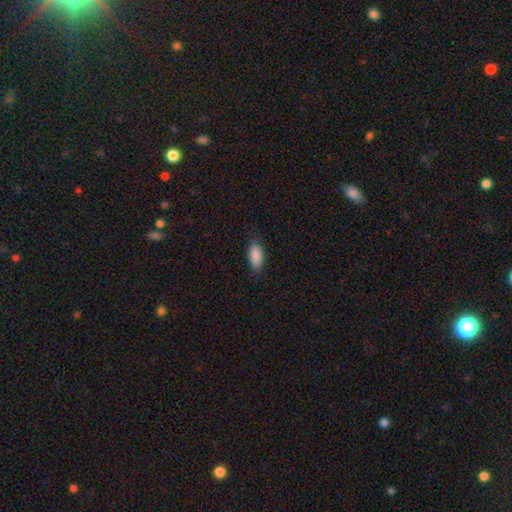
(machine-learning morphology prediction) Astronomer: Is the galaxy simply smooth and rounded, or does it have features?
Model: smooth — 89%.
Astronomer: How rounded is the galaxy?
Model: in between — 90%.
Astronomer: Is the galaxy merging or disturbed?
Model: none — 82%.